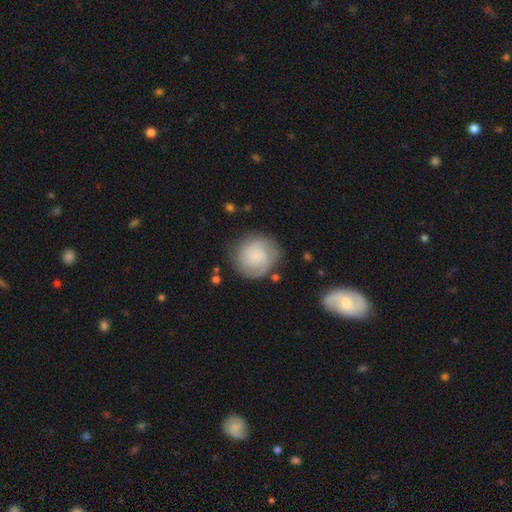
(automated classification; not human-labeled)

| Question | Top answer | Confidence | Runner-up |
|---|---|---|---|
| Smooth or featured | featured or disk | 49% | smooth (43%) |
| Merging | none | 74% | minor disturbance (16%) |